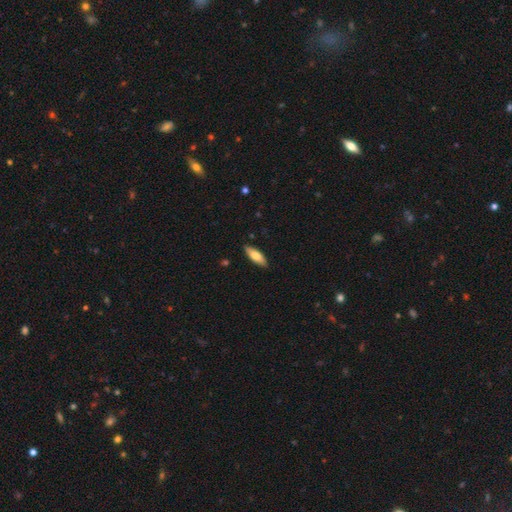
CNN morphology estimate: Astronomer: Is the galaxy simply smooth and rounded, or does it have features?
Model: smooth — 74%.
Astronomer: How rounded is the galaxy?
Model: in between — 59% (runner-up: cigar-shaped, 39%).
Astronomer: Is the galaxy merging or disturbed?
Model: none — 88%.